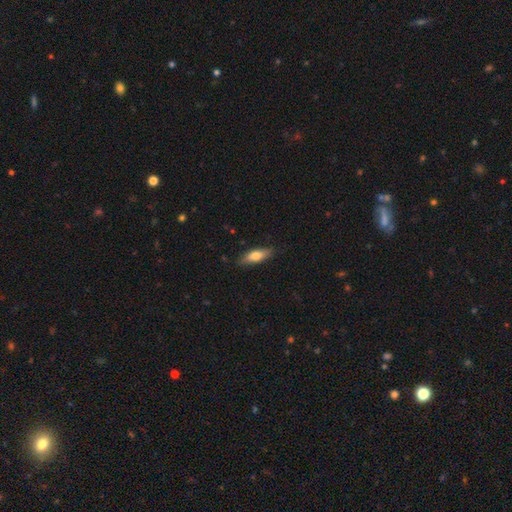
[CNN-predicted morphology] smooth_or_featured: smooth (p=0.71) [alt: featured or disk p=0.23]
how_rounded: in between (p=0.55) [alt: cigar-shaped p=0.43]
merging: none (p=0.82) [alt: minor disturbance p=0.14]